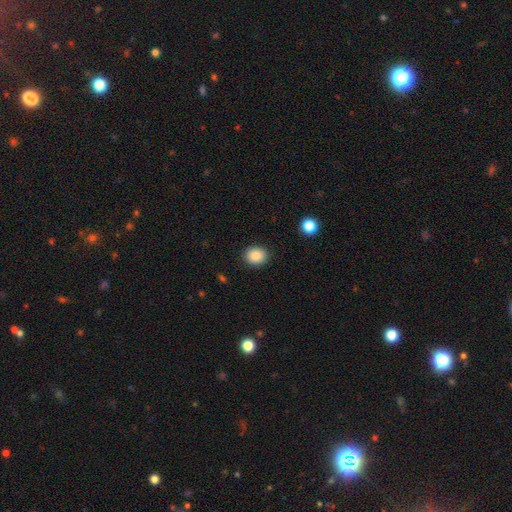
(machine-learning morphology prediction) Overall: smooth (88%). How rounded: round (65%; in between 34%). Merging: none (90%).